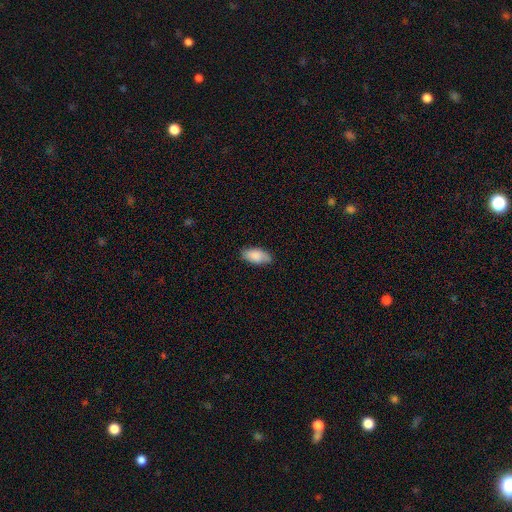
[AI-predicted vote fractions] Smooth or featured: smooth — 84% (featured or disk — 9%)
How rounded: in between — 93% (cigar-shaped — 5%)
Merging: none — 74% (minor disturbance — 21%)